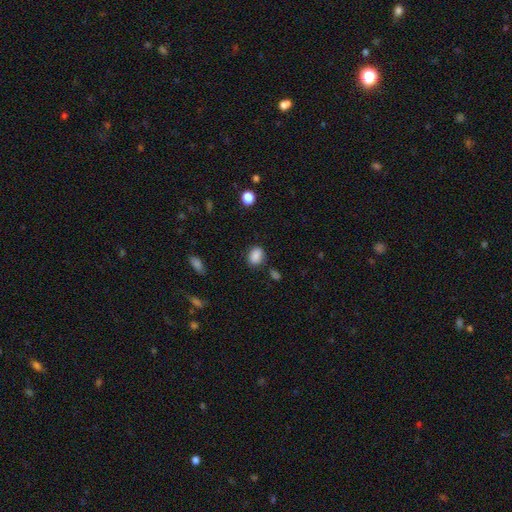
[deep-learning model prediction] smooth_or_featured: smooth (p=0.86) [alt: star or artifact p=0.09]
how_rounded: in between (p=0.67) [alt: round p=0.31]
merging: none (p=0.77) [alt: minor disturbance p=0.15]